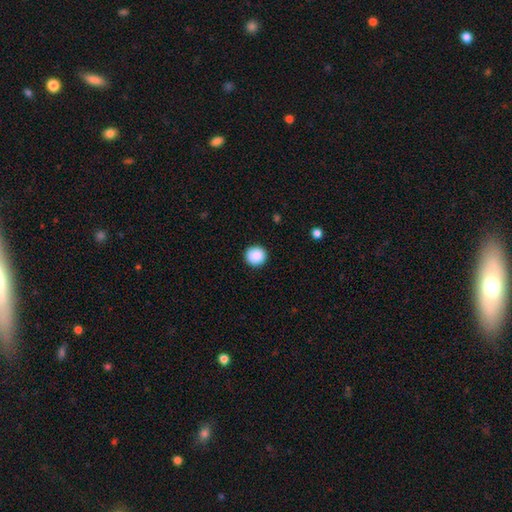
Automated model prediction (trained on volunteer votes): Morphology: type=smooth (89%); roundness=round (95%); merging=none (92%).